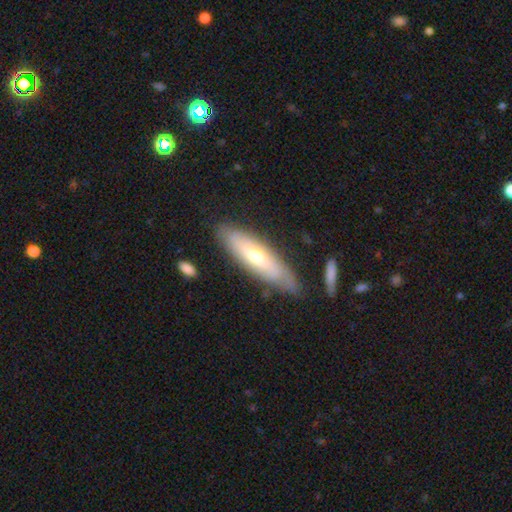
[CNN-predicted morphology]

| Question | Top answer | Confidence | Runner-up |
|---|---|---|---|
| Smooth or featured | smooth | 51% | featured or disk (44%) |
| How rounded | cigar-shaped | 58% | in between (41%) |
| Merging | none | 75% | minor disturbance (18%) |